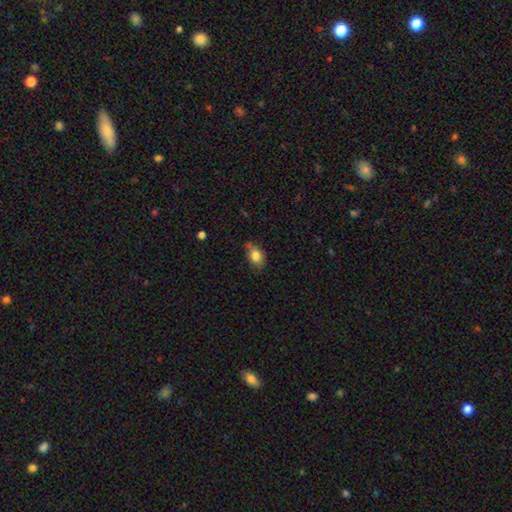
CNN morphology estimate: The model was most divided on "merging": none: 55%, minor disturbance: 32%, major disturbance: 7%, merger: 6%. More confident: smooth or featured — smooth (80%); how rounded — in between (71%).